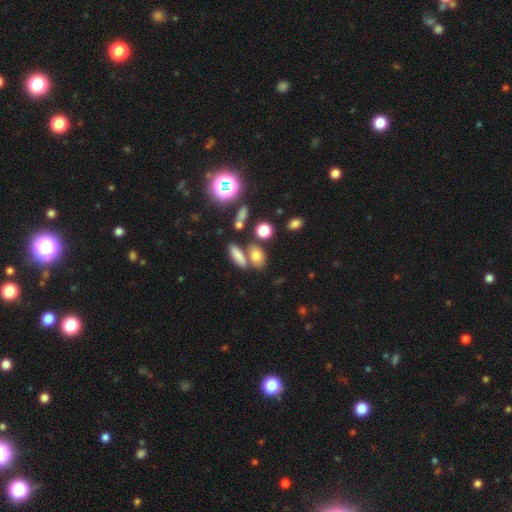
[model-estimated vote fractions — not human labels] Smooth or featured? smooth (75%)
How rounded? in between (70%)
Merging? none (58%)